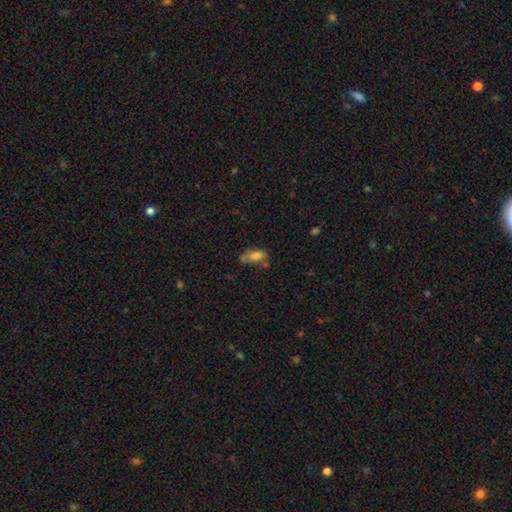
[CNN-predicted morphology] Smooth or featured: smooth — 71% (featured or disk — 19%)
How rounded: in between — 86% (cigar-shaped — 8%)
Merging: none — 42% (minor disturbance — 27%)